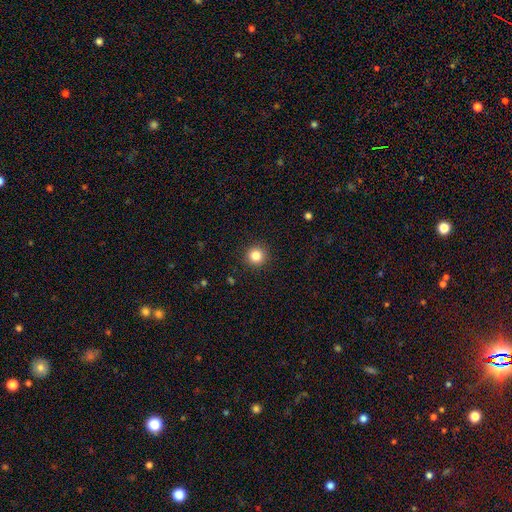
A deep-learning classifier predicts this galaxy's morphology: Smooth or featured: smooth — 84% (star or artifact — 11%)
How rounded: round — 95% (in between — 4%)
Merging: none — 92% (minor disturbance — 5%)